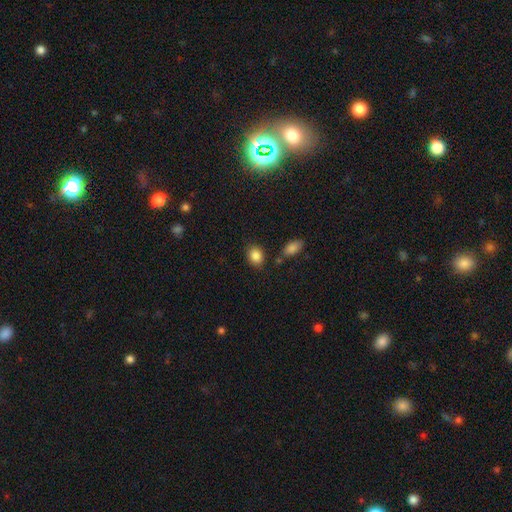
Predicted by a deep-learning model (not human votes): Q: Smooth or featured?
A: smooth (87%); runner-up: star or artifact (9%)
Q: How rounded?
A: in between (58%); runner-up: round (41%)
Q: Merging?
A: none (79%); runner-up: minor disturbance (12%)